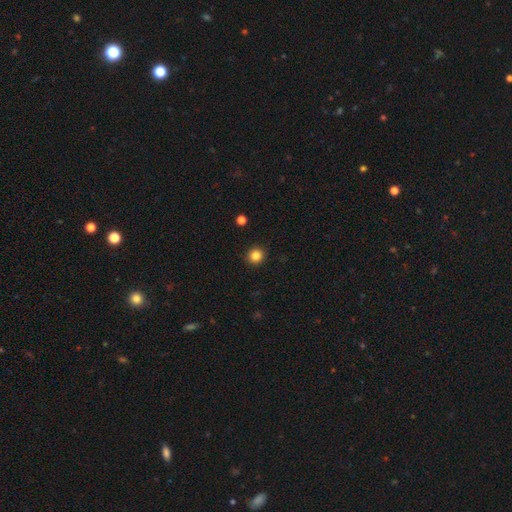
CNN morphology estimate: Overall: smooth (84%). How rounded: round (92%). Merging: none (93%).